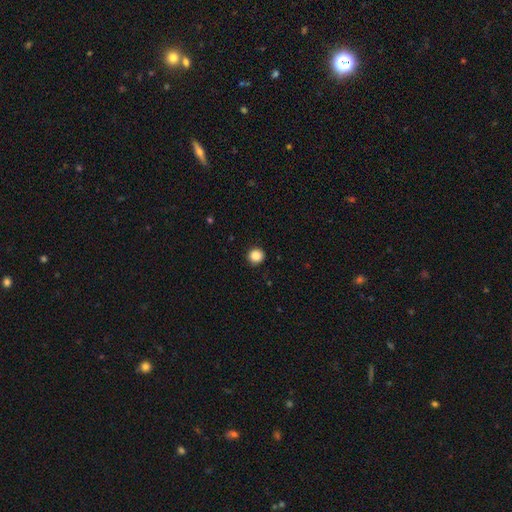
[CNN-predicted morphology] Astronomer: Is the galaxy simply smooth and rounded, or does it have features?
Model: smooth — 87%.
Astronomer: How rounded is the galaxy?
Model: round — 91%.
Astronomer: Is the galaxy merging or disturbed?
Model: none — 92%.